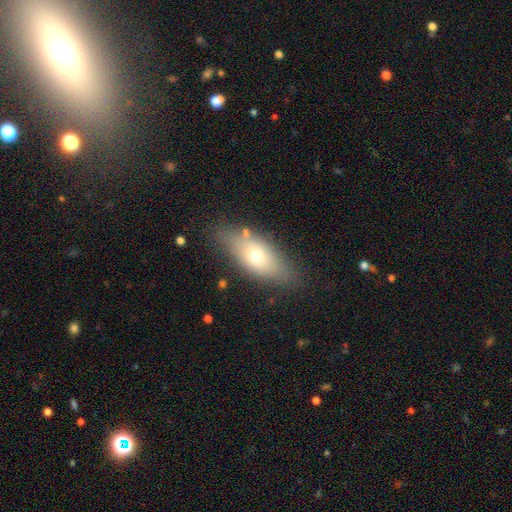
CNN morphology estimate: smooth 63%, featured or disk 29%, star or artifact 8%. Down the decision tree: how rounded — in between (77%); merging — none (78%).